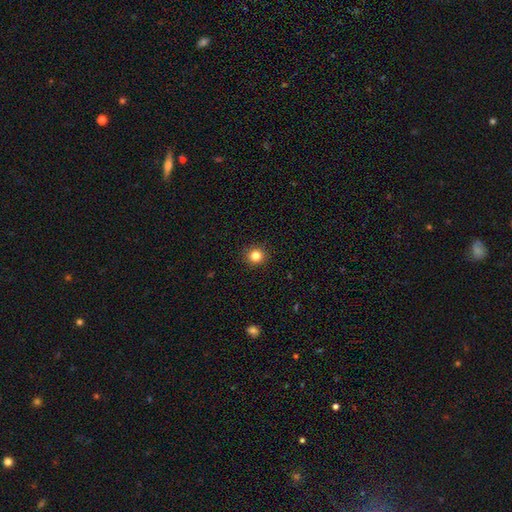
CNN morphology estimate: A smooth galaxy with no disk features (83%) that is round (91%).

Vote fractions:
- Smooth or featured? smooth: 83% / star or artifact: 12% / featured or disk: 5%
- How rounded? round: 91% / in between: 8% / cigar-shaped: 1%
- Merging? none: 92% / minor disturbance: 6% / major disturbance: 2% / merger: 1%